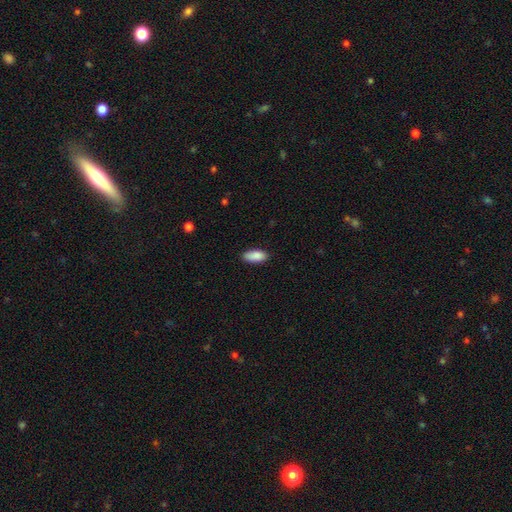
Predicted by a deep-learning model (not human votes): The model was most divided on "merging": none: 85%, minor disturbance: 12%, major disturbance: 2%, merger: 1%. More confident: how rounded — in between (90%); smooth or featured — smooth (89%).